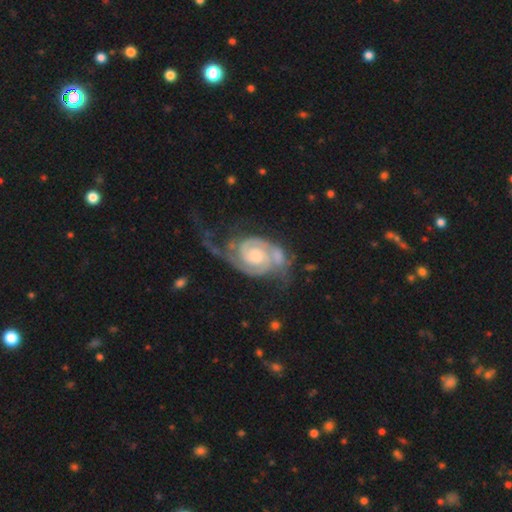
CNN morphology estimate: smooth_or_featured: featured or disk (p=0.90) [alt: smooth p=0.05]
disk_edge_on: no (p=0.98) [alt: yes p=0.02]
bar: no (p=0.65) [alt: weak p=0.27]
has_spiral_arms: yes (p=0.98) [alt: no p=0.02]
spiral_winding: tight (p=0.56) [alt: medium p=0.34]
spiral_arm_count: 2 (p=0.82) [alt: can't tell p=0.06]
bulge_size: moderate (p=0.51) [alt: small p=0.26]
merging: none (p=0.42) [alt: major disturbance p=0.30]